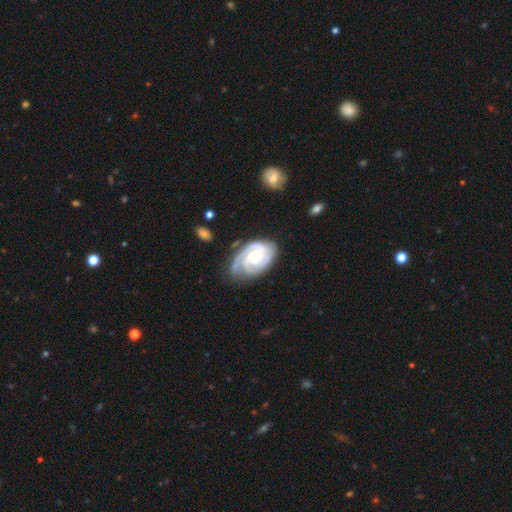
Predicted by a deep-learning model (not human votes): Smooth or featured: featured or disk — 89% (smooth — 7%)
Edge-on disk: no — 98% (yes — 2%)
Bar: no — 60% (weak — 33%)
Spiral arms: yes — 98% (no — 2%)
Spiral winding: tight — 69% (medium — 26%)
Spiral arm count: 3 — 42% (2 — 26%)
Bulge size: moderate — 53% (small — 40%)
Merging: none — 66% (minor disturbance — 23%)